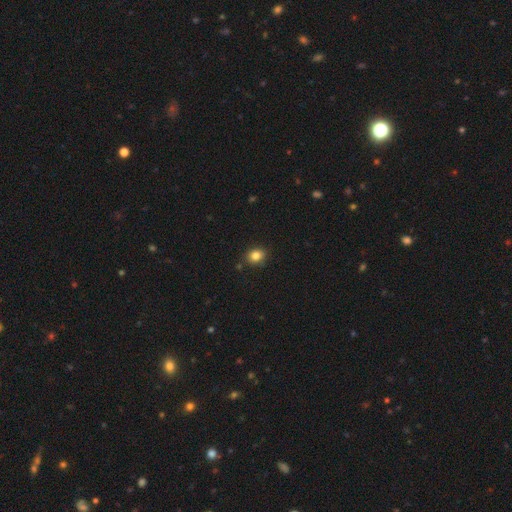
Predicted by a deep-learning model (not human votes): smooth 83%, star or artifact 11%, featured or disk 6%. Down the decision tree: how rounded — round (51%); merging — none (84%).